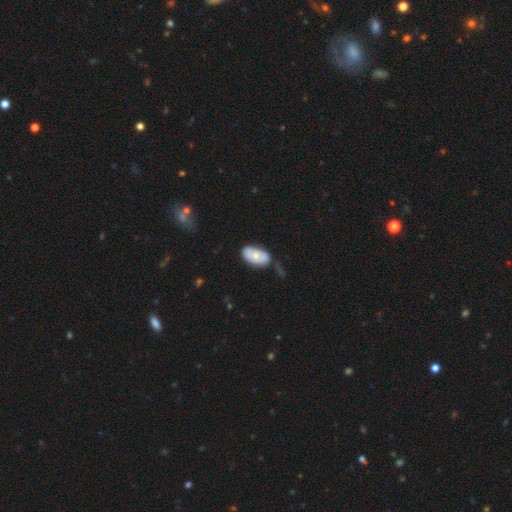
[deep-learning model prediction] smooth_or_featured: smooth (p=0.66) [alt: featured or disk p=0.28]
how_rounded: in between (p=0.94) [alt: round p=0.04]
merging: none (p=0.55) [alt: minor disturbance p=0.32]